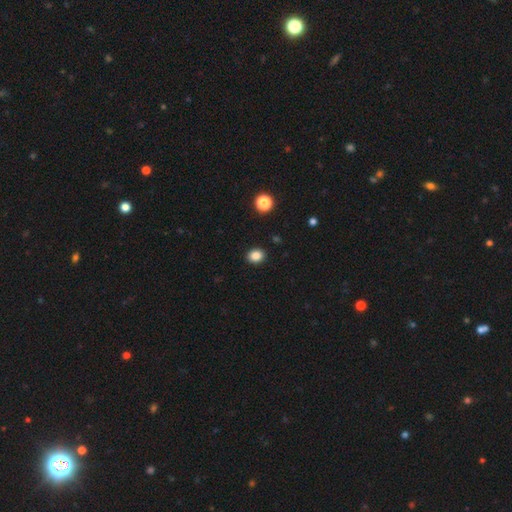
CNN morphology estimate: Q: Smooth or featured?
A: smooth (86%); runner-up: star or artifact (10%)
Q: How rounded?
A: round (54%); runner-up: in between (45%)
Q: Merging?
A: none (91%); runner-up: minor disturbance (6%)